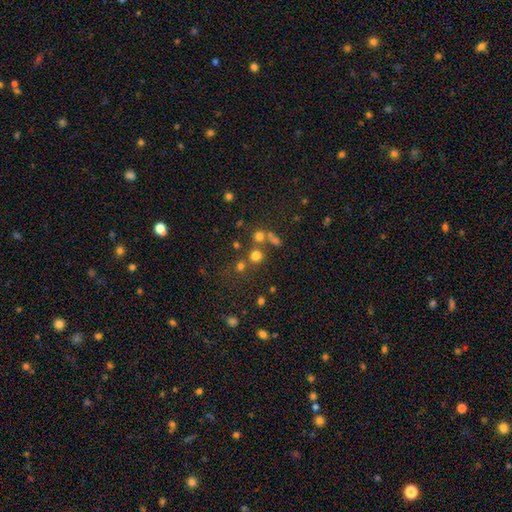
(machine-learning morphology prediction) Smooth or featured? smooth (68%)
How rounded? round (87%)
Merging? none (66%)